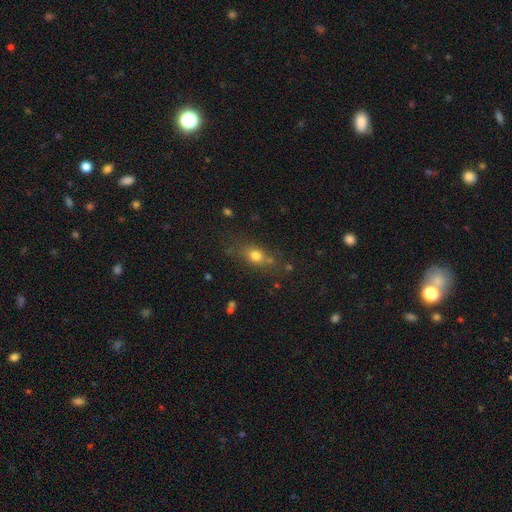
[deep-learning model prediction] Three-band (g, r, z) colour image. It shows a smooth galaxy with no disk features (73%) that is in between round and cigar-shaped (57%). Merging: none (67%).